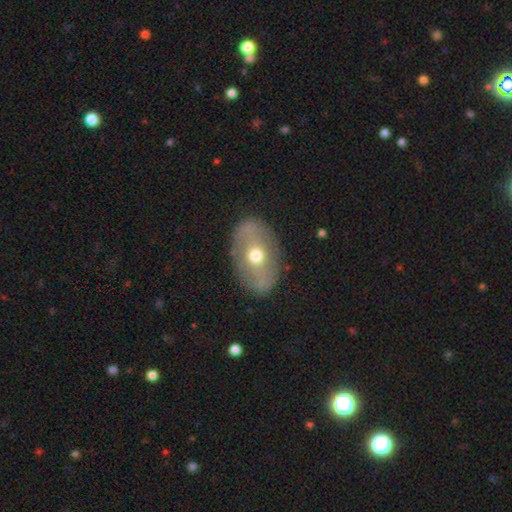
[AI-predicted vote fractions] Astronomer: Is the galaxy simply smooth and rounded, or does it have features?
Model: featured or disk — 49% (runner-up: smooth, 44%).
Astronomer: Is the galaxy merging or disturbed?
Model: none — 82%.